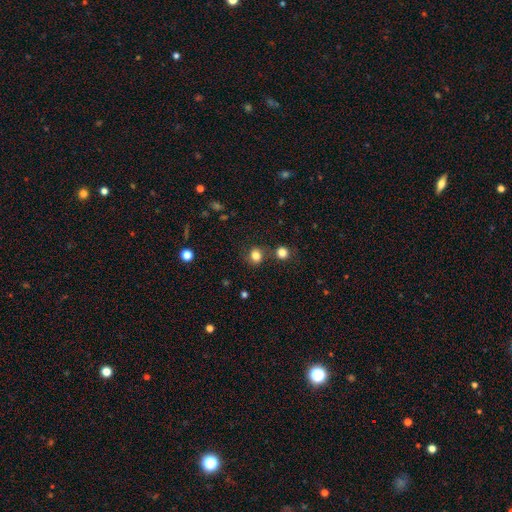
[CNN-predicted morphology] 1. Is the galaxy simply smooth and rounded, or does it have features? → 81% smooth, 13% star or artifact, 6% featured or disk.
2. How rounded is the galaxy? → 78% round, 21% in between, 1% cigar-shaped.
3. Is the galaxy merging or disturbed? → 74% none, 11% minor disturbance, 10% merger, 4% major disturbance.